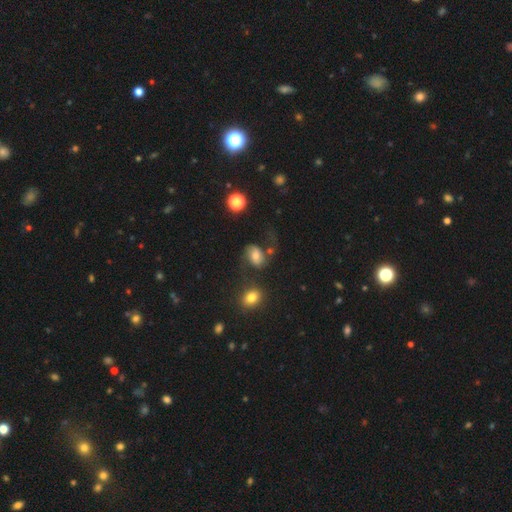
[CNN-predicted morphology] Smooth or featured? featured or disk (45%)
Merging? none (49%)